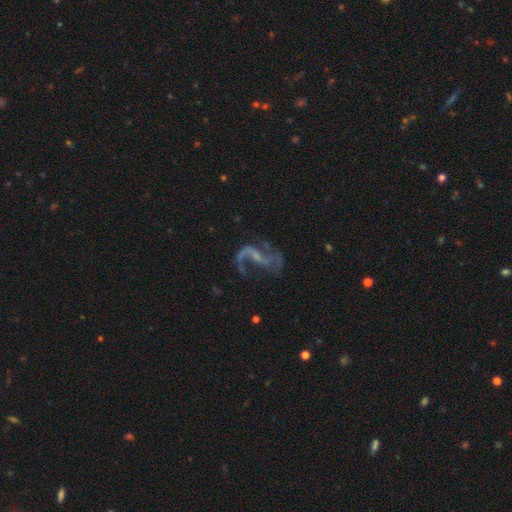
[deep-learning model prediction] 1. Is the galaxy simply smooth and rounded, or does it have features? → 87% featured or disk, 8% star or artifact, 6% smooth.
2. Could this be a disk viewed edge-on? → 97% no, 3% yes.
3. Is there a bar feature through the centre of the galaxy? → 44% weak, 30% no, 26% strong.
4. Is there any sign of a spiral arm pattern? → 94% yes, 6% no.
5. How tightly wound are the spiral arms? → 76% loose, 20% medium, 4% tight.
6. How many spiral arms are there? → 86% 2, 6% 1, 3% can't tell, 2% 3, 1% 4, 1% more than 4.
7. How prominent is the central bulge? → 48% small, 38% none, 12% moderate, 1% large, 1% dominant.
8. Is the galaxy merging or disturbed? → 56% none, 23% major disturbance, 16% minor disturbance, 4% merger.